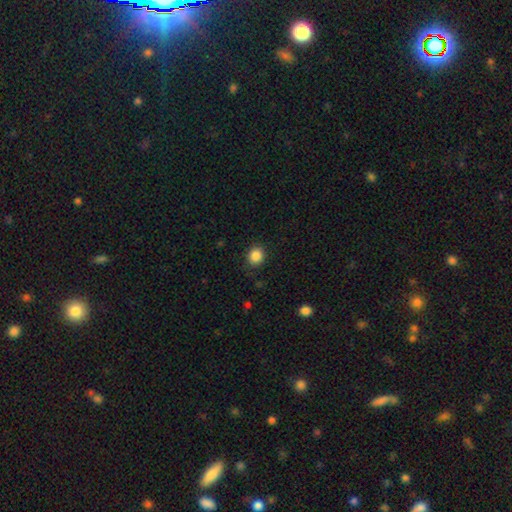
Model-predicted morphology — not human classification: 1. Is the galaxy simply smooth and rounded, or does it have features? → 87% smooth, 10% star or artifact, 3% featured or disk.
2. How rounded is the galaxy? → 75% round, 24% in between, 1% cigar-shaped.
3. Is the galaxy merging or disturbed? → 88% none, 8% minor disturbance, 3% major disturbance, 1% merger.